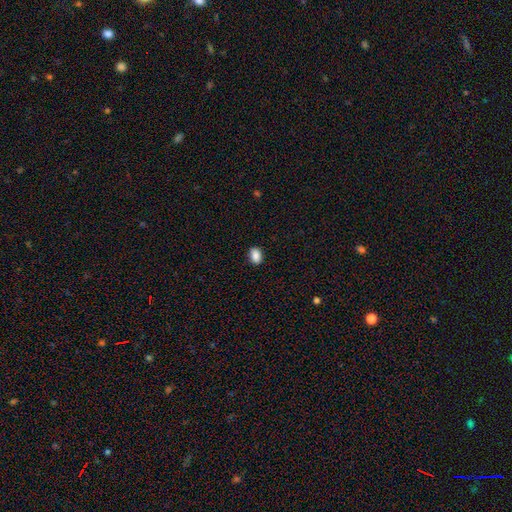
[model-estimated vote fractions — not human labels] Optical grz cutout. It shows a smooth galaxy with no disk features (87%) that is in between round and cigar-shaped (77%). Merging: none (88%).